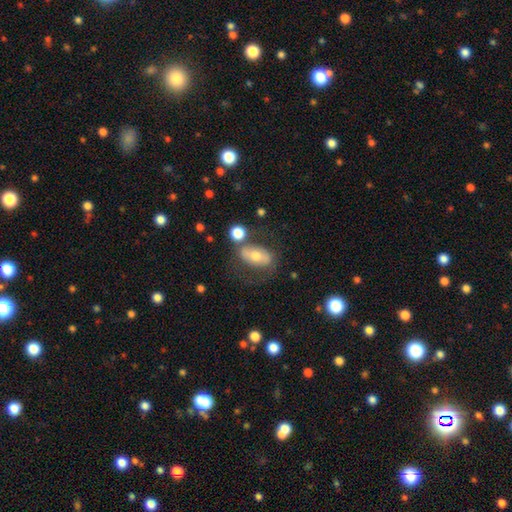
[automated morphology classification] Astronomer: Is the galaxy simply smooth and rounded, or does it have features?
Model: smooth — 48% (runner-up: featured or disk, 43%).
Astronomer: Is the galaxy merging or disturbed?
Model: none — 56%.